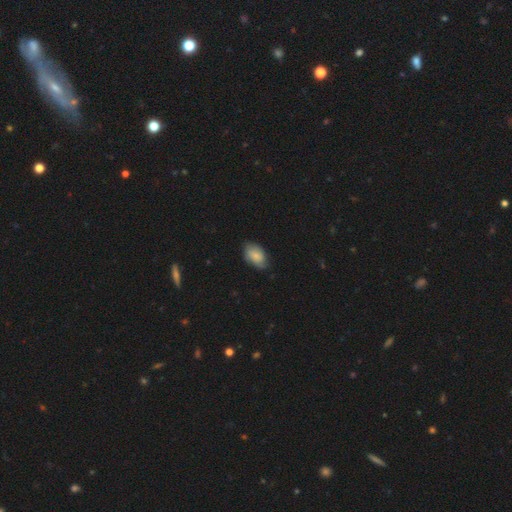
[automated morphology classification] smooth-or-featured: smooth: 77% | featured or disk: 16% | star or artifact: 7%
  how-rounded: in between: 92% | round: 7% | cigar-shaped: 2%
  merging: none: 67% | minor disturbance: 27% | major disturbance: 4% | merger: 1%